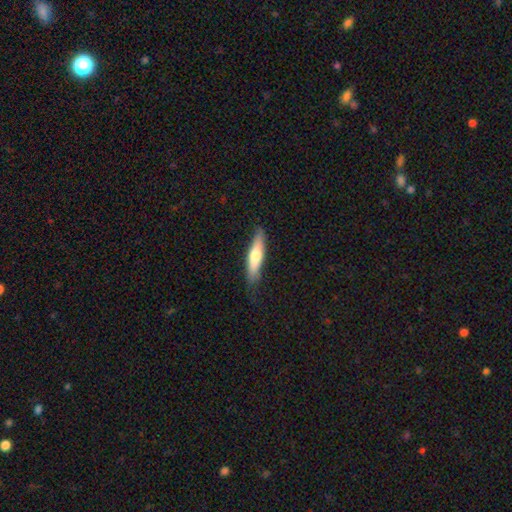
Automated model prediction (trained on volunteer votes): Overall: smooth (62%; featured or disk 33%). How rounded: cigar-shaped (76%). Merging: none (79%).